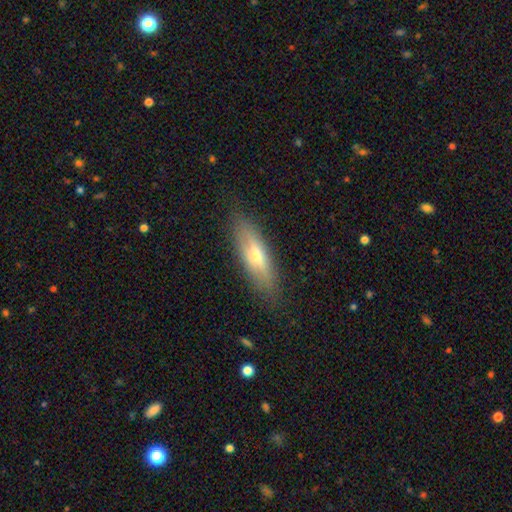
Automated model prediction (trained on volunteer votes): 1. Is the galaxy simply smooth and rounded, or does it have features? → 47% featured or disk, 46% smooth, 8% star or artifact.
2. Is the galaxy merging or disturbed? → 84% none, 11% minor disturbance, 3% major disturbance, 1% merger.